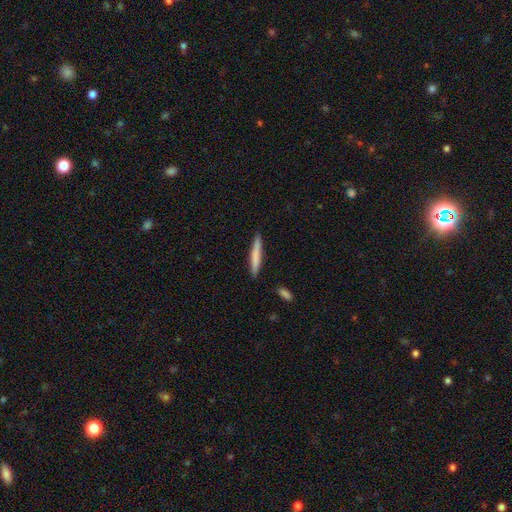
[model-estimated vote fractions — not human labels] smooth-or-featured: smooth: 72% | featured or disk: 23% | star or artifact: 5%
  how-rounded: cigar-shaped: 95% | in between: 4% | round: 1%
  merging: none: 89% | minor disturbance: 8% | merger: 2% | major disturbance: 2%